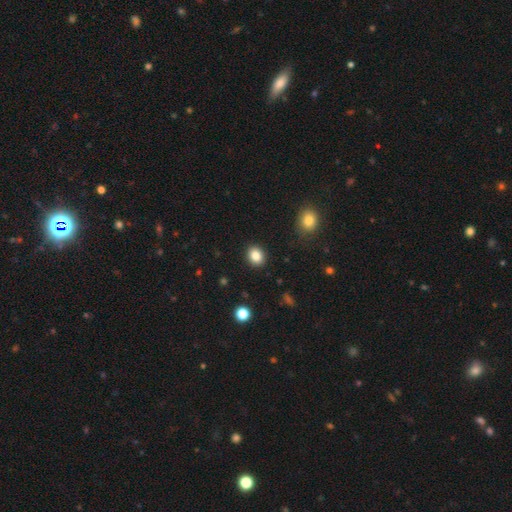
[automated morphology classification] A smooth galaxy with no disk features (85%) that is round (60%).

Vote fractions:
- Smooth or featured? smooth: 85% / star or artifact: 10% / featured or disk: 6%
- How rounded? round: 60% / in between: 39% / cigar-shaped: 1%
- Merging? none: 90% / minor disturbance: 6% / major disturbance: 2% / merger: 1%